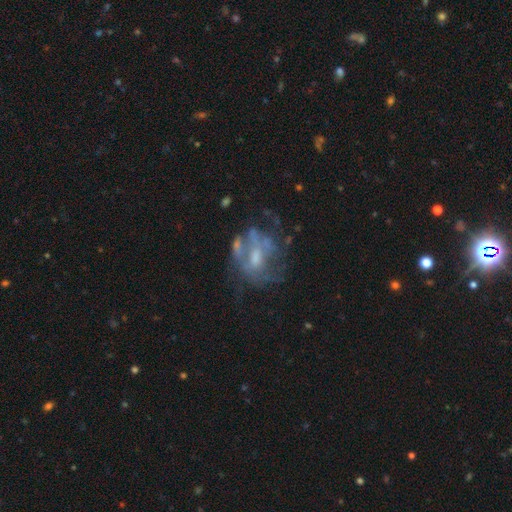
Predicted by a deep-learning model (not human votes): Smooth or featured? featured or disk (67%)
Edge-on disk? no (97%)
Bar? no (65%)
Spiral arms? no (68%)
Bulge size? moderate (42%)
Merging? none (41%)